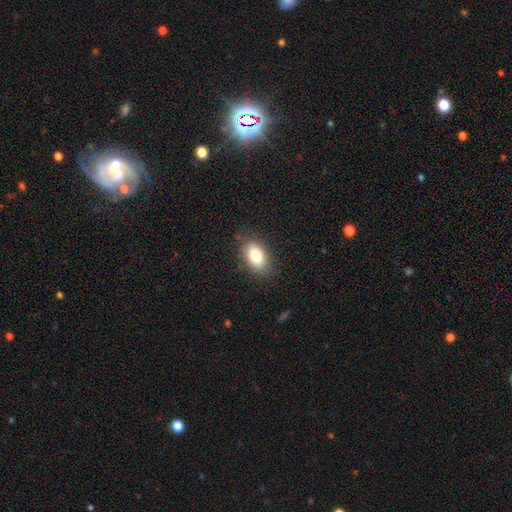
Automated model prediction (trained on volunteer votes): Morphology: type=smooth (83%); roundness=in between (89%); merging=none (83%).